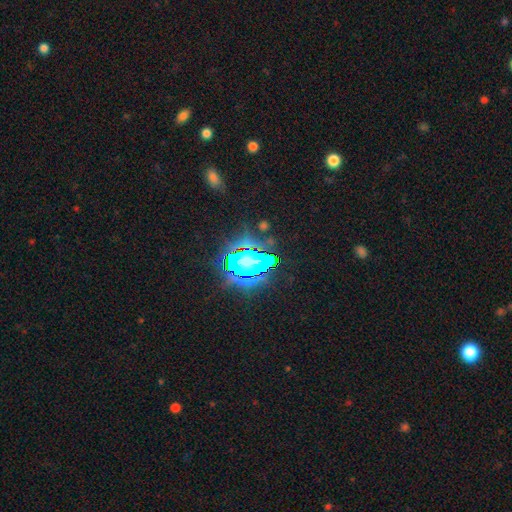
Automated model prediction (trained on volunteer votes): Smooth or featured?
  - star or artifact: 80% *
  - smooth: 12%
  - featured or disk: 8%